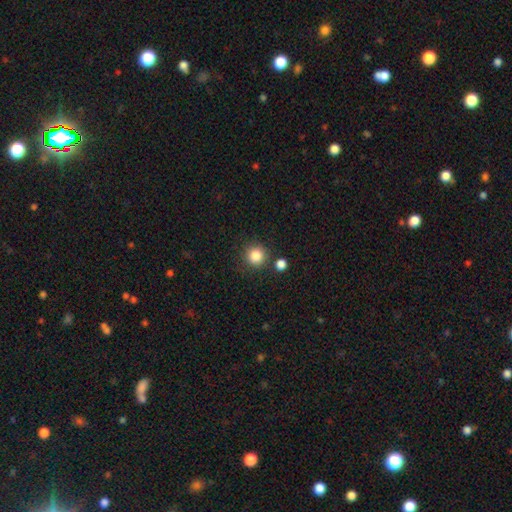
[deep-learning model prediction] Q: Smooth or featured?
A: smooth (85%); runner-up: star or artifact (11%)
Q: How rounded?
A: round (93%); runner-up: in between (6%)
Q: Merging?
A: none (82%); runner-up: minor disturbance (8%)